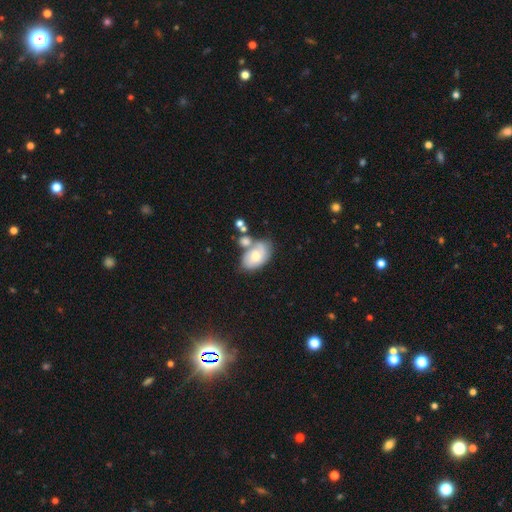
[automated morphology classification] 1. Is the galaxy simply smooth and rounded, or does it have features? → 47% featured or disk, 46% smooth, 8% star or artifact.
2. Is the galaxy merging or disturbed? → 41% none, 30% merger, 20% minor disturbance, 8% major disturbance.